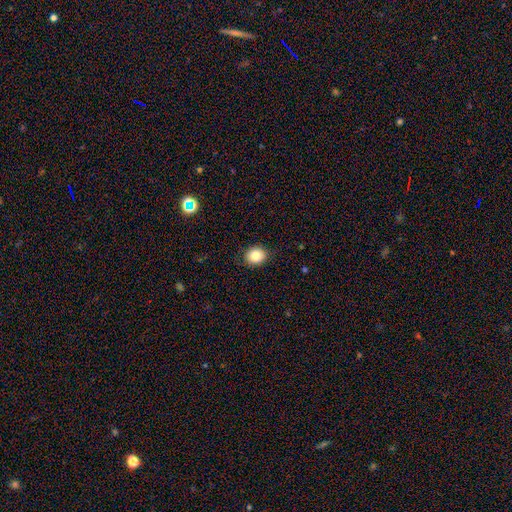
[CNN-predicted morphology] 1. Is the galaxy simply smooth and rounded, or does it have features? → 83% smooth, 10% star or artifact, 8% featured or disk.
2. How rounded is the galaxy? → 68% round, 32% in between, 1% cigar-shaped.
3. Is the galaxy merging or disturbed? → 86% none, 11% minor disturbance, 2% major disturbance, 1% merger.